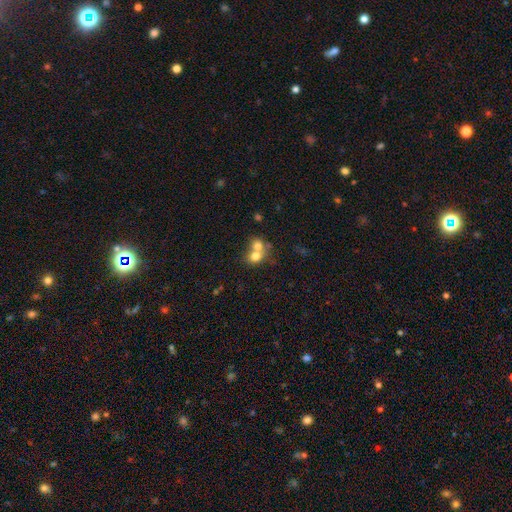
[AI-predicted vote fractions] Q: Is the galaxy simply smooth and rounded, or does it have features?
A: smooth — 70%.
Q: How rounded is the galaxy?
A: round — 65%.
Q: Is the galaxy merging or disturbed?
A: merger — 66%.